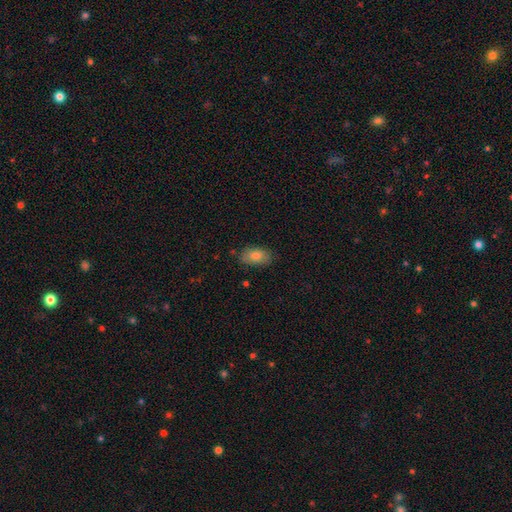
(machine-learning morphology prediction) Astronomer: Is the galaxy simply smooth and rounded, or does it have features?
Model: smooth — 83%.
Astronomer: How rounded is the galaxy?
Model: in between — 92%.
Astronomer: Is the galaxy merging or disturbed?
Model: none — 79%.